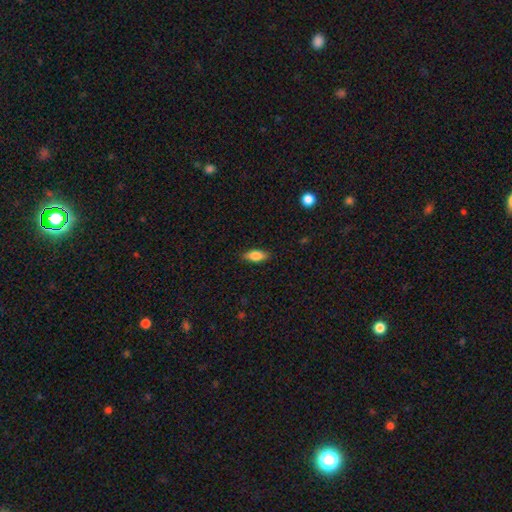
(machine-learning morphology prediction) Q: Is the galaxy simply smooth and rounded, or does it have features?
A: smooth — 79%.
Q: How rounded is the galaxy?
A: in between — 81%.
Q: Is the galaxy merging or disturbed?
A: none — 86%.